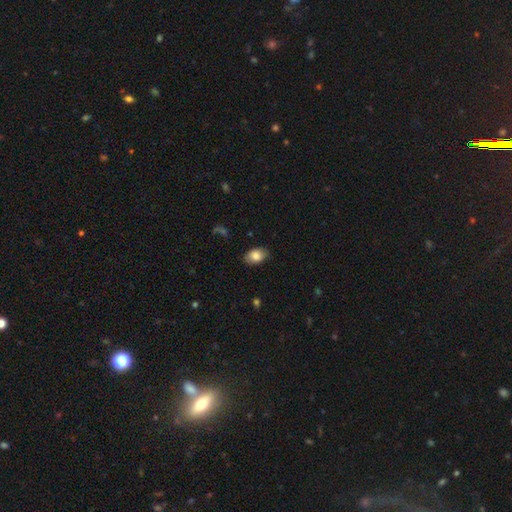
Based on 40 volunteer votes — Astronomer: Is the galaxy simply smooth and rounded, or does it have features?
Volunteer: smooth — 80%.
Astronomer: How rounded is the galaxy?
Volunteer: in between — 94%.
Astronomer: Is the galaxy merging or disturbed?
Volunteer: none — 73%.